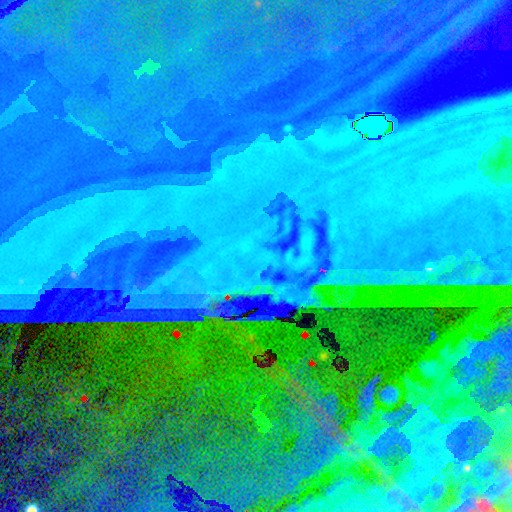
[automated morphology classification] Q: Smooth or featured?
A: star or artifact (88%); runner-up: featured or disk (6%)